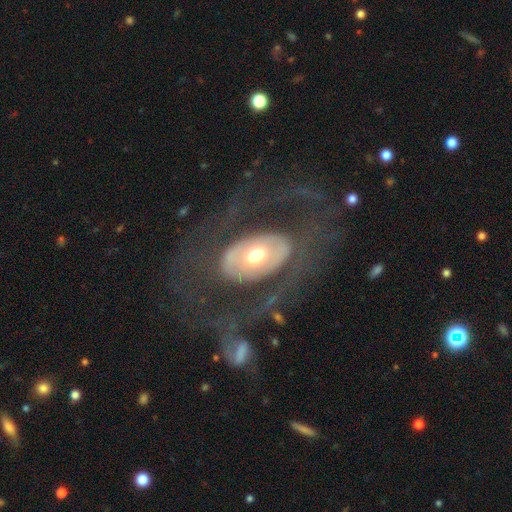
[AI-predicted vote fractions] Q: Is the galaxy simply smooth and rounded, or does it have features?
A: featured or disk — 70%.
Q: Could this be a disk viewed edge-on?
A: no — 92%.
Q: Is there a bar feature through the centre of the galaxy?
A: no — 69%.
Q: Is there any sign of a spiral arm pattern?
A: yes — 51%.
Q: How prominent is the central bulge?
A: moderate — 64%.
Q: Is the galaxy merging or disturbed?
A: none — 61%.